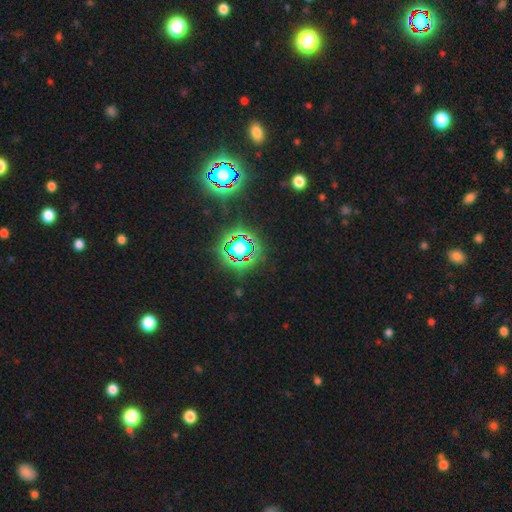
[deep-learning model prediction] Q: Smooth or featured?
A: star or artifact (83%); runner-up: smooth (11%)